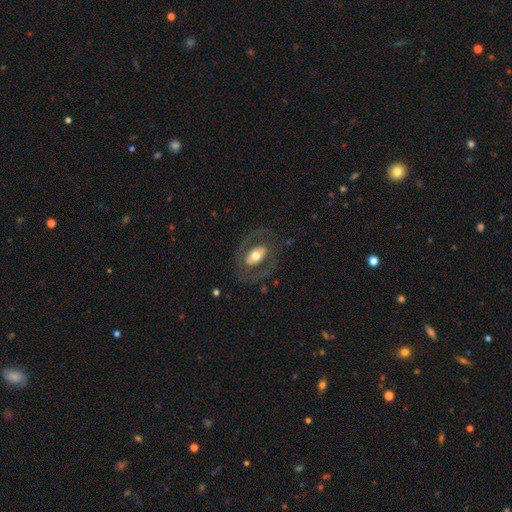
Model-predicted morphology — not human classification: The model was most divided on "spiral arms": no: 61%, yes: 39%. More confident: edge-on disk — no (93%); merging — none (71%); bulge size — moderate (62%); smooth or featured — featured or disk (61%); bar — no (55%).